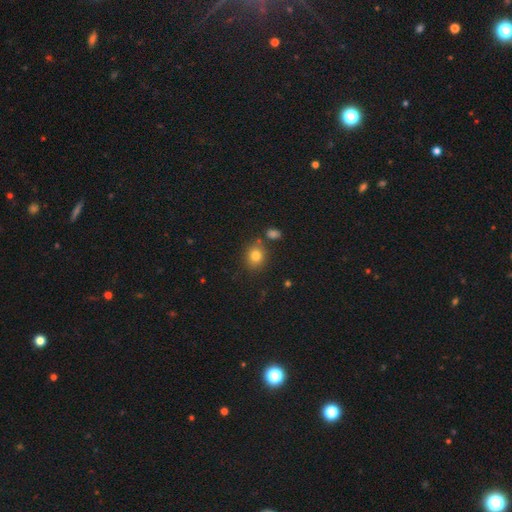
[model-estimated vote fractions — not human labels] Smooth or featured? smooth (82%)
How rounded? round (69%)
Merging? none (77%)